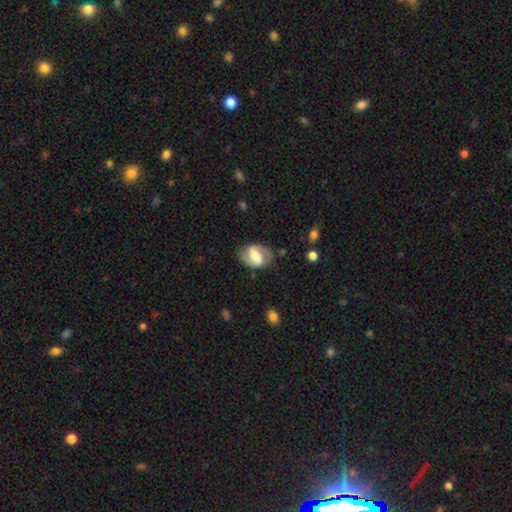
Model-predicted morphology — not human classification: smooth_or_featured: featured or disk (p=0.65) [alt: smooth p=0.28]
disk_edge_on: no (p=0.96) [alt: yes p=0.04]
bar: strong (p=0.52) [alt: weak p=0.34]
has_spiral_arms: yes (p=0.81) [alt: no p=0.19]
spiral_winding: medium (p=0.46) [alt: tight p=0.30]
spiral_arm_count: 2 (p=0.87) [alt: can't tell p=0.07]
bulge_size: large (p=0.35) [alt: moderate p=0.33]
merging: none (p=0.75) [alt: minor disturbance p=0.17]